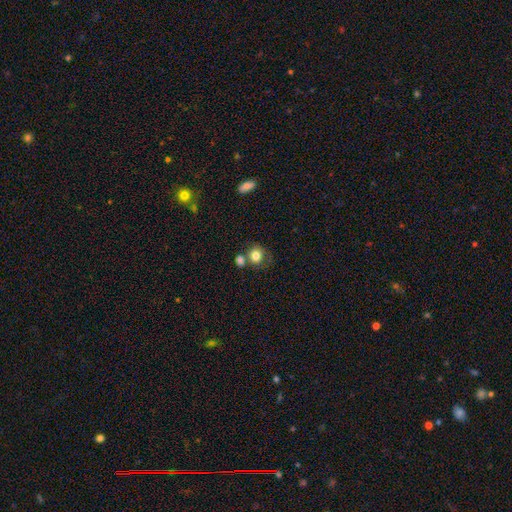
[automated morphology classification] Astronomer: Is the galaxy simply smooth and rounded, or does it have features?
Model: smooth — 80%.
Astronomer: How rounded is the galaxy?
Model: round — 77%.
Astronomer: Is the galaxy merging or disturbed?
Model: none — 54%.